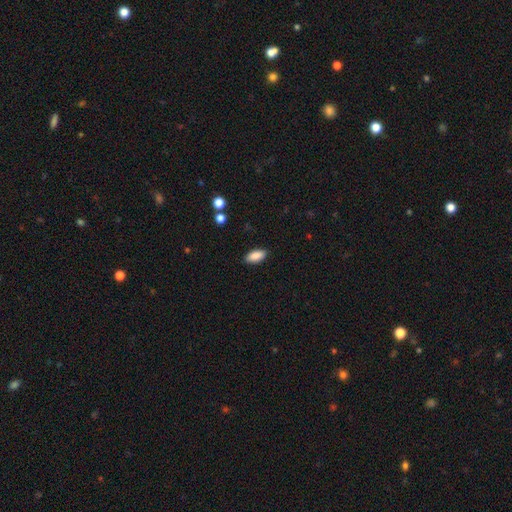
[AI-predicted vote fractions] Smooth or featured: smooth — 88% (star or artifact — 7%)
How rounded: in between — 90% (cigar-shaped — 7%)
Merging: none — 88% (minor disturbance — 9%)